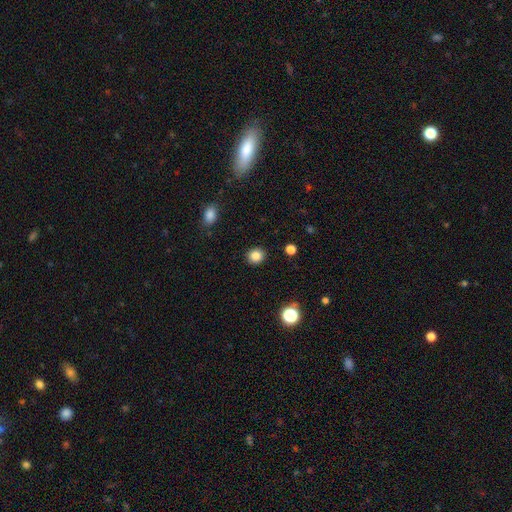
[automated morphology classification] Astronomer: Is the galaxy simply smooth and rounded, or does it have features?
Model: smooth — 85%.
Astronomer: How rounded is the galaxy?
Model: round — 83%.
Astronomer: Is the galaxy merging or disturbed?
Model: none — 90%.